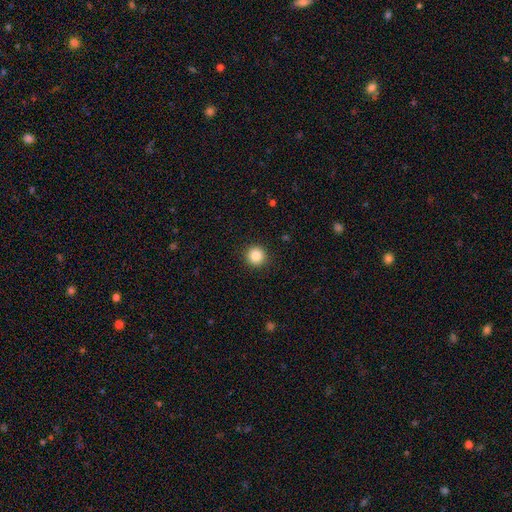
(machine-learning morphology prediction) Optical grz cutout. It shows a smooth galaxy with no disk features (85%) that is round (96%). Merging: none (93%).